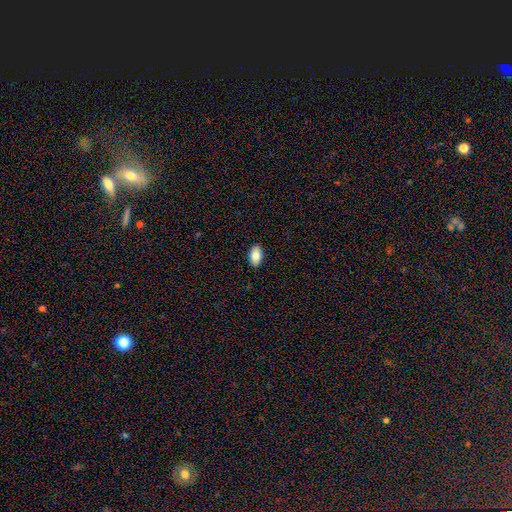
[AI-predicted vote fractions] Smooth or featured: smooth — 83% (featured or disk — 10%)
How rounded: in between — 93% (round — 4%)
Merging: none — 90% (minor disturbance — 8%)